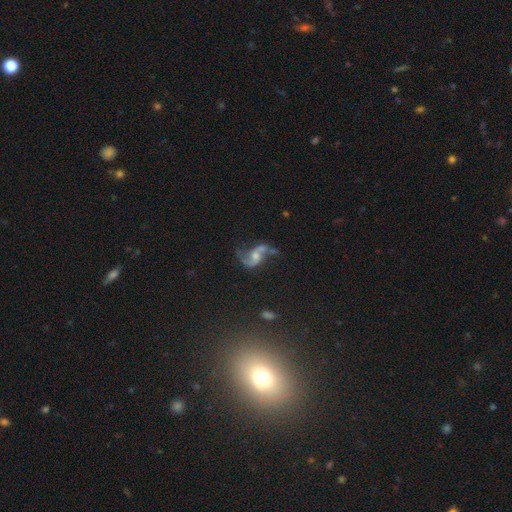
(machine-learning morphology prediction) This is clearly a featured or disk galaxy (82%). It is clearly not viewed edge-on (97%). Bar: possibly no (55%). Spiral arm pattern: clearly yes (93%). Spiral arm count: clearly 2 (90%). Spiral winding: likely loose (77%). Central bulge: possibly moderate (46%). Merging: possibly none (50%).